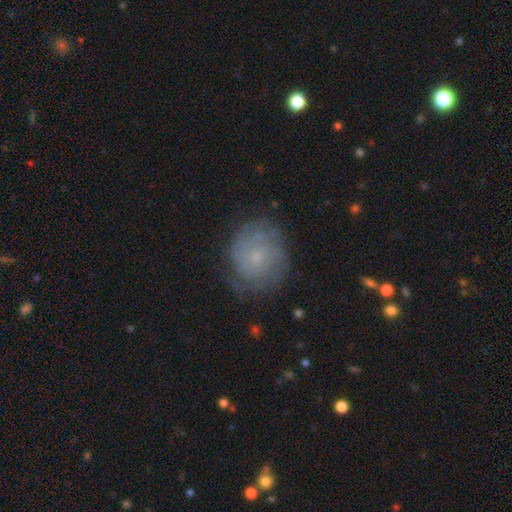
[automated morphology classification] featured or disk 56%, smooth 34%, star or artifact 10%. Down the decision tree: edge-on disk — no (97%); bar — no (82%); spiral arms — yes (81%); bulge size — small (77%); merging — none (70%).